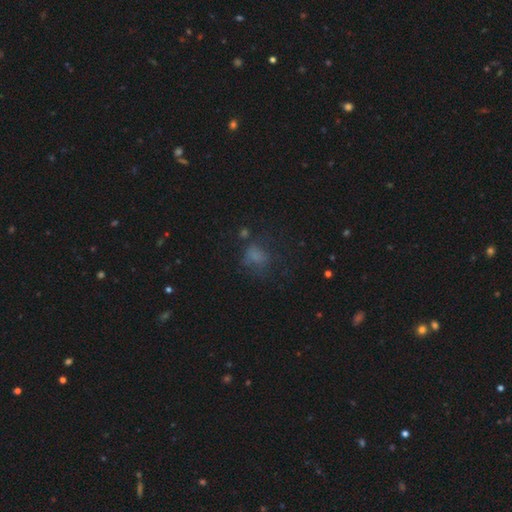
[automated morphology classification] This appears to be a smooth galaxy with no disk features (55%) that is in between round and cigar-shaped (52%). Merging: none (44%).